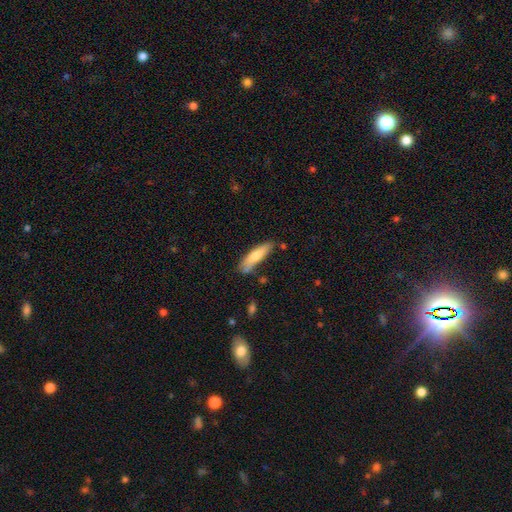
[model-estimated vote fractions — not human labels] Smooth or featured: smooth — 71% (featured or disk — 23%)
How rounded: cigar-shaped — 72% (in between — 27%)
Merging: none — 72% (minor disturbance — 19%)